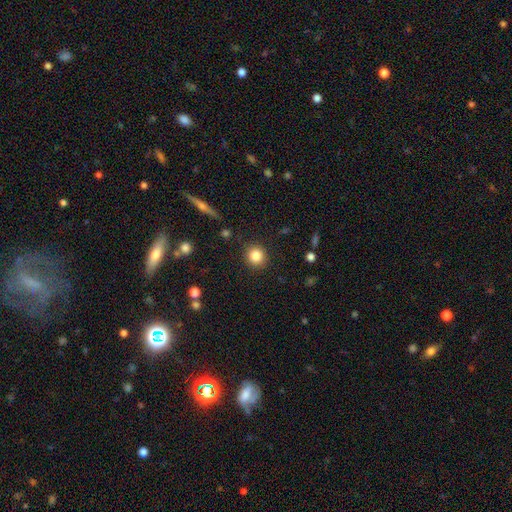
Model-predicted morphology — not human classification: smooth_or_featured: smooth (p=0.84) [alt: star or artifact p=0.10]
how_rounded: round (p=0.92) [alt: in between p=0.07]
merging: none (p=0.90) [alt: minor disturbance p=0.06]